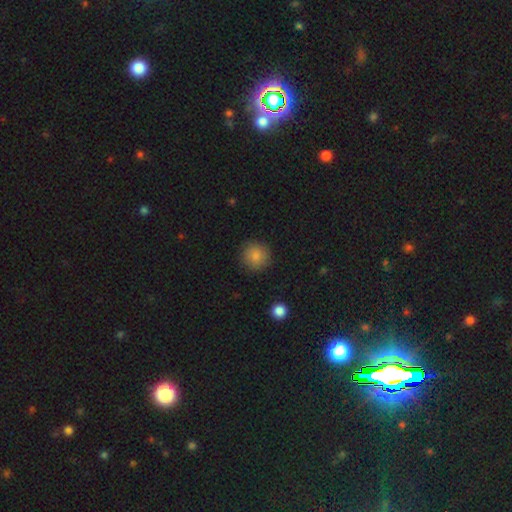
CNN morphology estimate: Smooth or featured: smooth — 86% (star or artifact — 9%)
How rounded: round — 94% (in between — 5%)
Merging: none — 88% (minor disturbance — 8%)